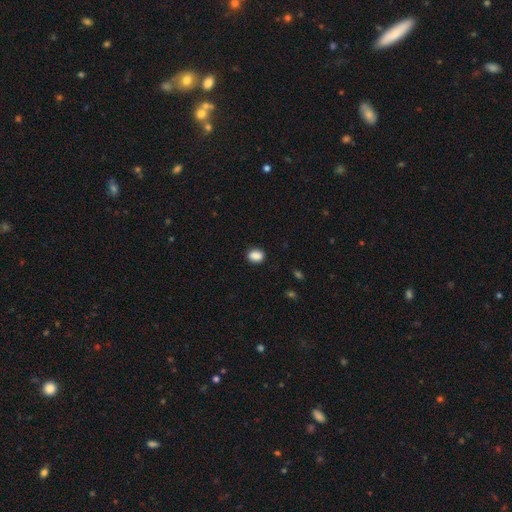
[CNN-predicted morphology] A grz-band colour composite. It shows a smooth galaxy with no disk features (88%) that is in between round and cigar-shaped (64%). Merging: none (86%).